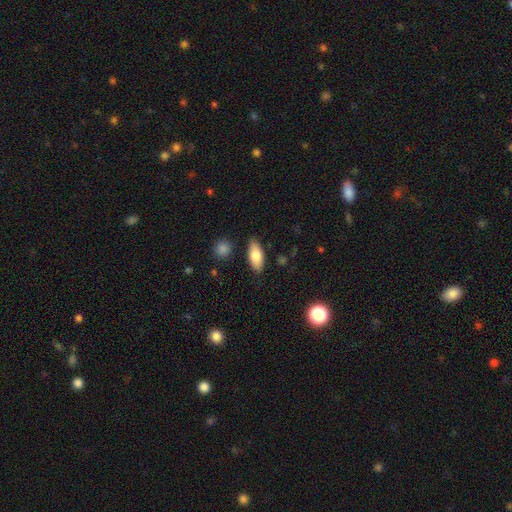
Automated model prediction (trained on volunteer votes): Q: Smooth or featured?
A: smooth (79%); runner-up: featured or disk (14%)
Q: How rounded?
A: in between (84%); runner-up: cigar-shaped (14%)
Q: Merging?
A: none (84%); runner-up: minor disturbance (11%)